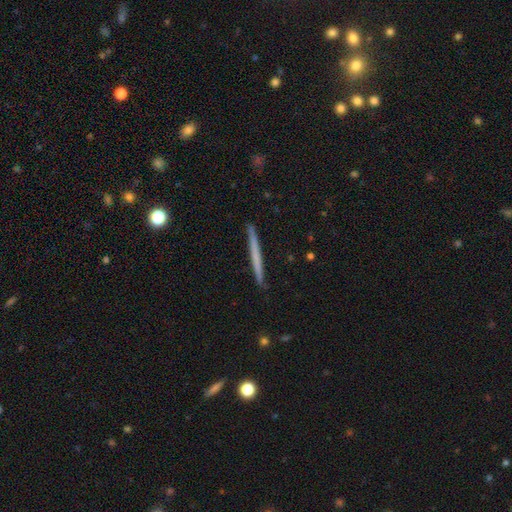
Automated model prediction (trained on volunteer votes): A smooth galaxy with no disk features (51%) that is cigar-shaped (97%).

Vote fractions:
- Smooth or featured? smooth: 51% / featured or disk: 44% / star or artifact: 6%
- How rounded? cigar-shaped: 97% / in between: 2% / round: 1%
- Merging? none: 91% / minor disturbance: 6% / major disturbance: 1% / merger: 1%